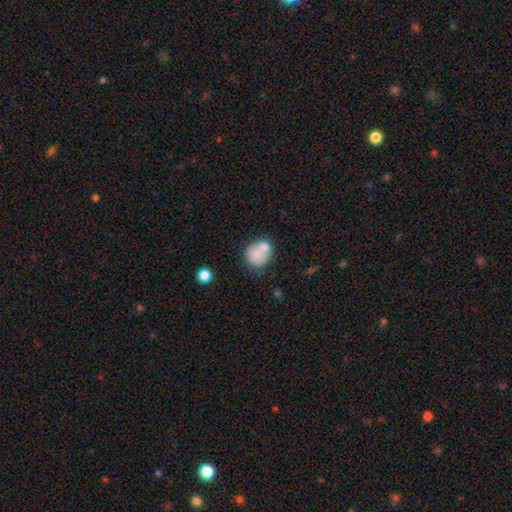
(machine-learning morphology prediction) type=smooth (76%); roundness=round (73%); merging=none (40%).